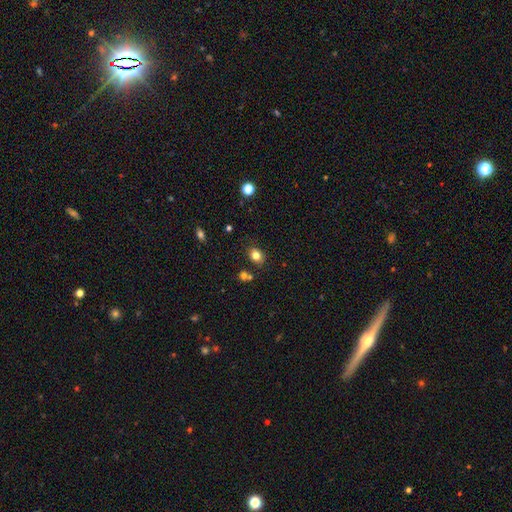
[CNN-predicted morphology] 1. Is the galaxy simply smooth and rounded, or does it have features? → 80% smooth, 12% star or artifact, 7% featured or disk.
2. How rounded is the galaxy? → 54% in between, 45% round, 1% cigar-shaped.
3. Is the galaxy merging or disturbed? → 79% none, 11% minor disturbance, 6% merger, 3% major disturbance.